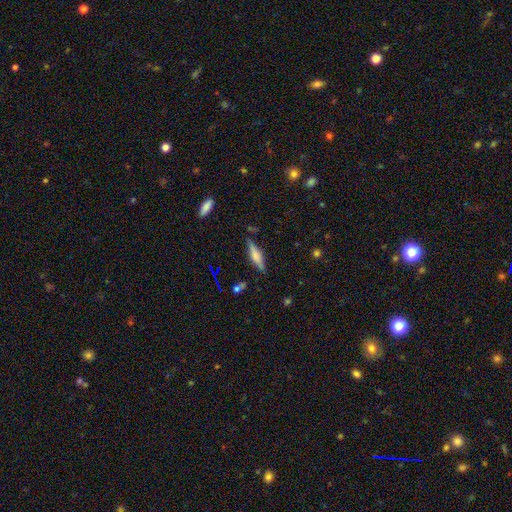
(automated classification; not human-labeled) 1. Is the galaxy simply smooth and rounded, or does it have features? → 47% featured or disk, 44% smooth, 8% star or artifact.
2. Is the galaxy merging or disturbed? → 81% none, 13% minor disturbance, 3% major disturbance, 2% merger.